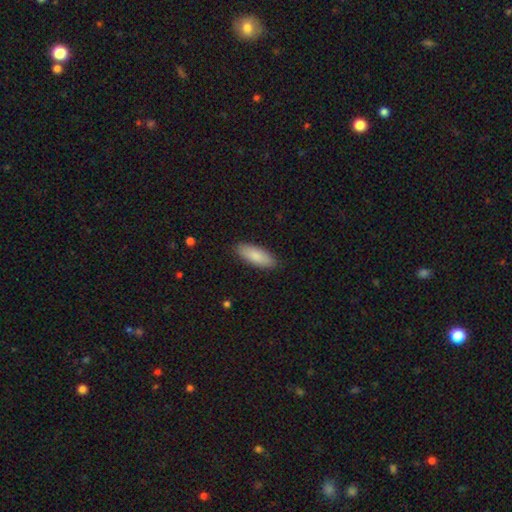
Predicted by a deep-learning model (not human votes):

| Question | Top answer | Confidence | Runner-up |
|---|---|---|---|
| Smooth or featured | smooth | 85% | featured or disk (9%) |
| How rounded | in between | 74% | cigar-shaped (25%) |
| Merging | none | 88% | minor disturbance (9%) |